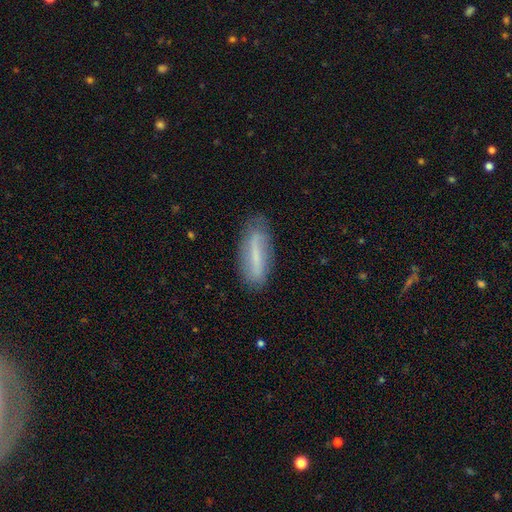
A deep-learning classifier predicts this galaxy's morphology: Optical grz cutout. It shows a smooth galaxy with no disk features (47%). Merging: none (77%).